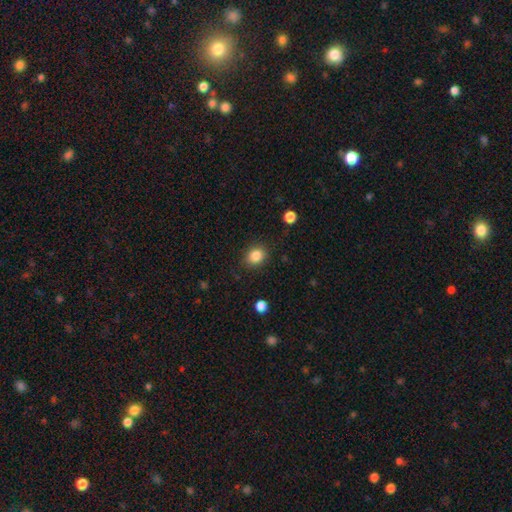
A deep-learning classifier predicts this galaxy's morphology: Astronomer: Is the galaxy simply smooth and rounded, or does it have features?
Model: smooth — 86%.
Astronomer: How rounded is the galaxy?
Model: round — 62% (runner-up: in between, 37%).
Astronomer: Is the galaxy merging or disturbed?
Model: none — 85%.